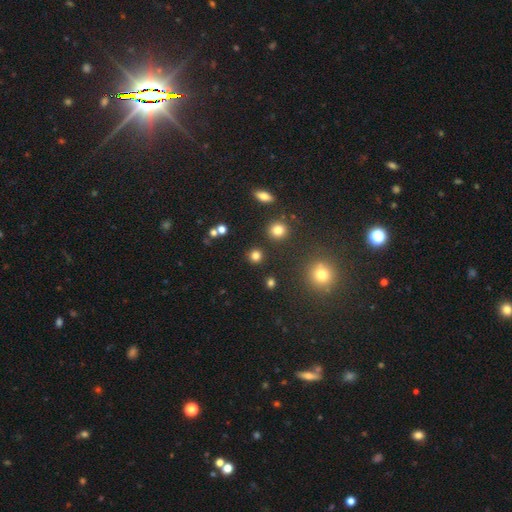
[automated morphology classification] Smooth or featured? Predicted: smooth (p=0.80). How rounded? Predicted: round (p=0.91). Merging? Predicted: none (p=0.88).